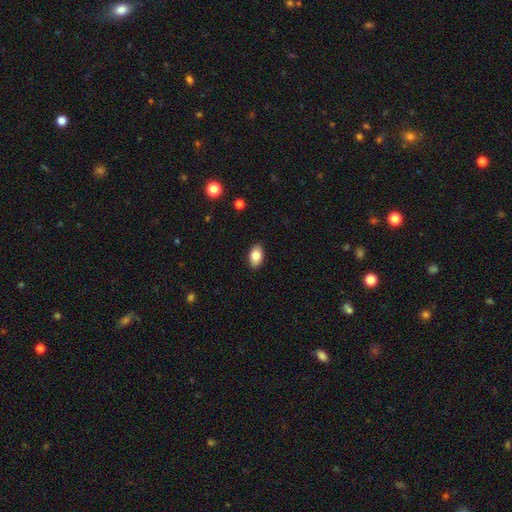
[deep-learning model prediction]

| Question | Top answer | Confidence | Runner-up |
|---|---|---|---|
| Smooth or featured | smooth | 83% | featured or disk (10%) |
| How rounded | in between | 91% | round (7%) |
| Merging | none | 89% | minor disturbance (8%) |